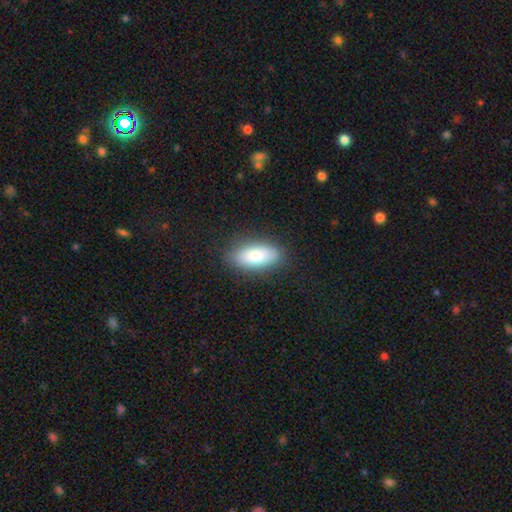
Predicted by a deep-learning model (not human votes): A smooth galaxy with no disk features (81%) that is in between round and cigar-shaped (87%).

Vote fractions:
- Smooth or featured? smooth: 81% / featured or disk: 13% / star or artifact: 7%
- How rounded? in between: 87% / cigar-shaped: 9% / round: 3%
- Merging? none: 84% / minor disturbance: 12% / major disturbance: 3% / merger: 1%